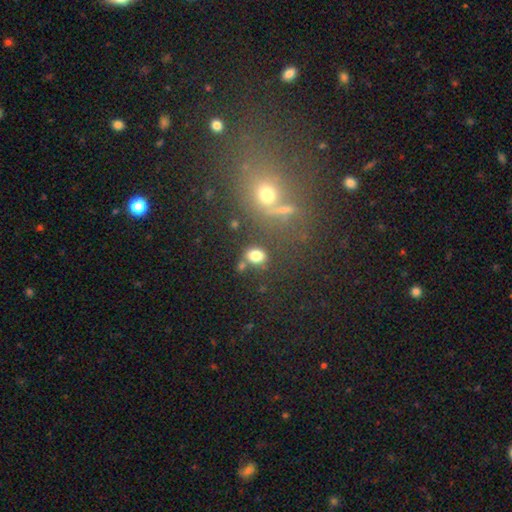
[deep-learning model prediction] A smooth galaxy with no disk features (80%) that is in between round and cigar-shaped (64%). Merging: none (68%).